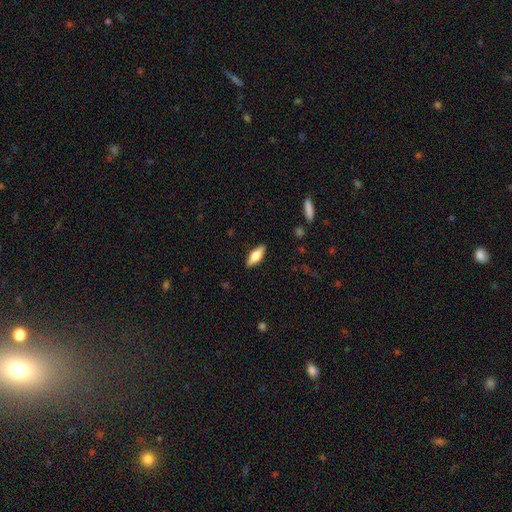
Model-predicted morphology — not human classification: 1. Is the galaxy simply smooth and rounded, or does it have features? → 64% smooth, 30% featured or disk, 6% star or artifact.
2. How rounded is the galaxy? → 67% in between, 30% cigar-shaped, 2% round.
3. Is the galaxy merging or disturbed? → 88% none, 9% minor disturbance, 2% major disturbance, 1% merger.